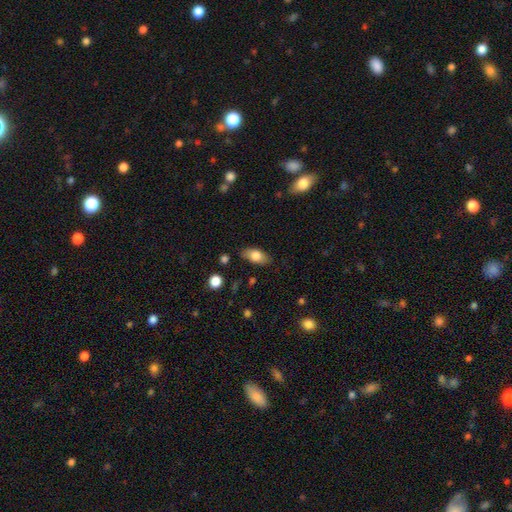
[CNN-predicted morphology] Q: Smooth or featured?
A: smooth (78%); runner-up: featured or disk (15%)
Q: How rounded?
A: in between (89%); runner-up: cigar-shaped (6%)
Q: Merging?
A: none (81%); runner-up: minor disturbance (14%)